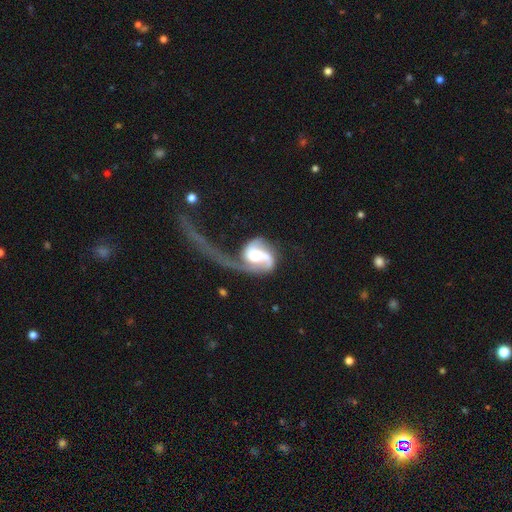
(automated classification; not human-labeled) A featured or disk galaxy (83%) with no bar (43%), 1 (47%) loose (59%) spiral arms (92%) and a moderate central bulge (63%). Merging: major disturbance (57%).